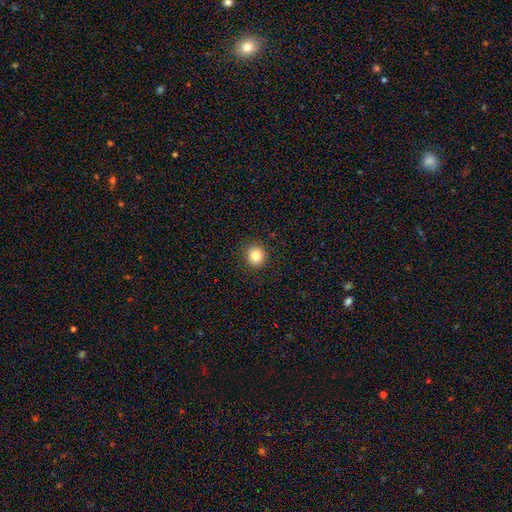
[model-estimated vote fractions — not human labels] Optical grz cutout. It shows a smooth galaxy with no disk features (83%) that is round (92%). Merging: none (91%).